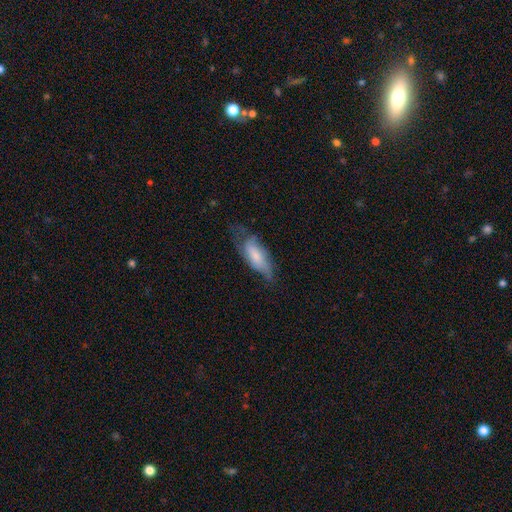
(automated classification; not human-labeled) A smooth galaxy with no disk features (55%) that is in between round and cigar-shaped (79%). Merging: none (39%).